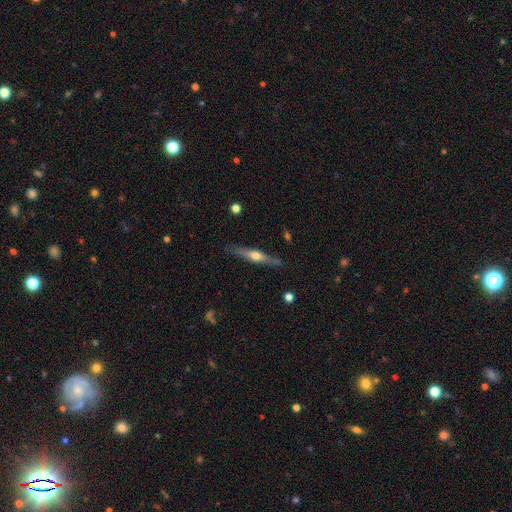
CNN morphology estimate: Smooth or featured?
  - featured or disk: 66% *
  - smooth: 28%
  - star or artifact: 6%
Edge-on disk?
  - yes: 96% *
  - no: 4%
Edge-on bulge?
  - rounded: 89% *
  - none: 6%
  - boxy: 5%
Merging?
  - none: 85% *
  - minor disturbance: 11%
  - major disturbance: 2%
  - merger: 2%